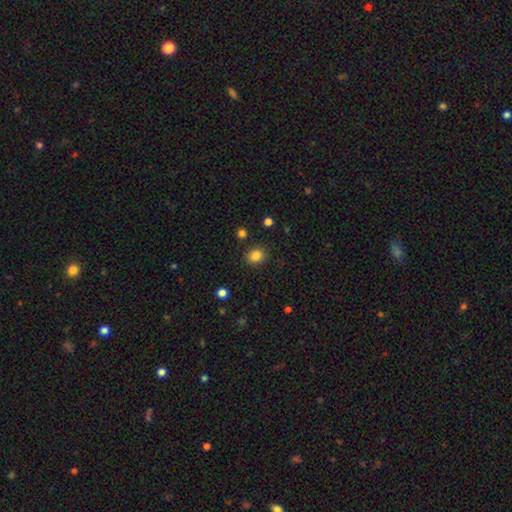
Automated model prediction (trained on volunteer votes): Smooth or featured? smooth (84%)
How rounded? round (72%)
Merging? none (87%)